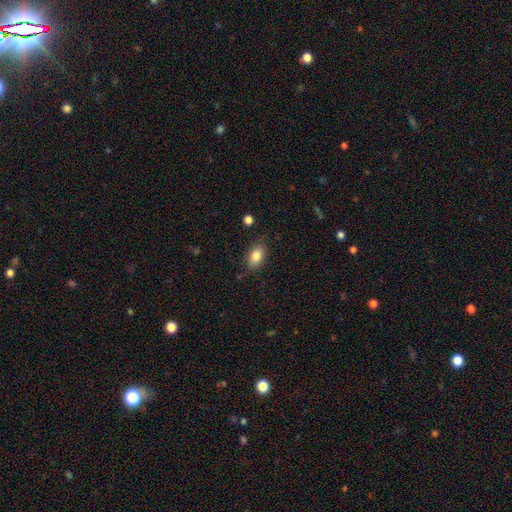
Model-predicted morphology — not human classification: Smooth or featured? smooth (83%)
How rounded? in between (88%)
Merging? none (80%)